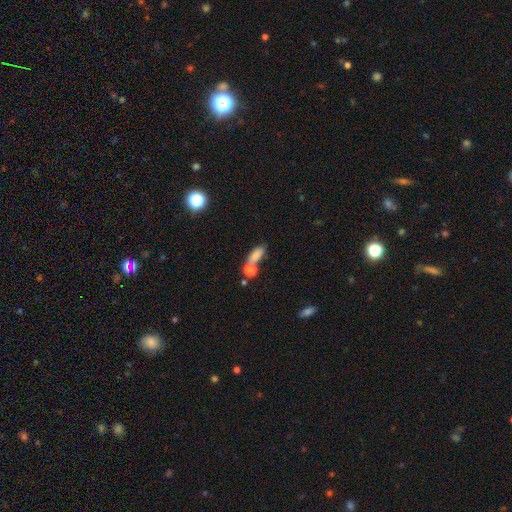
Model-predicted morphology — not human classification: type=smooth (77%); roundness=in between (75%); merging=none (44%).